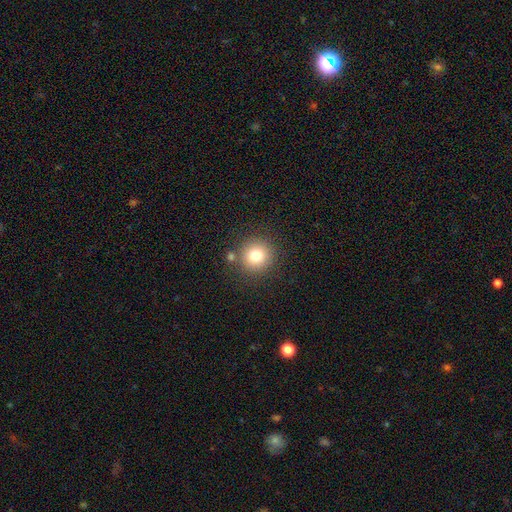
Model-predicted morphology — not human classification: Q: Smooth or featured?
A: smooth (78%); runner-up: star or artifact (13%)
Q: How rounded?
A: round (93%); runner-up: in between (6%)
Q: Merging?
A: none (82%); runner-up: minor disturbance (8%)